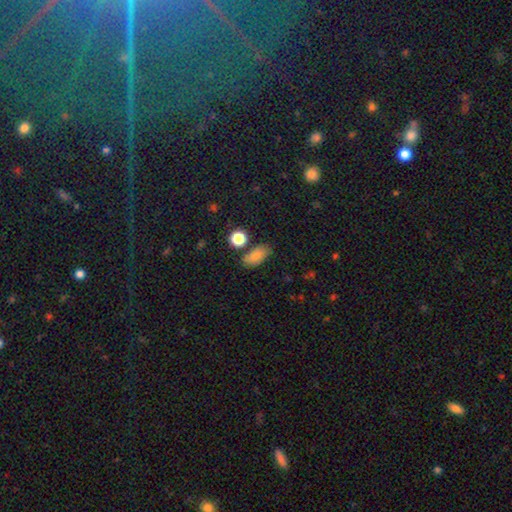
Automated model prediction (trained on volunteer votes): Smooth or featured? smooth (80%)
How rounded? in between (85%)
Merging? none (73%)